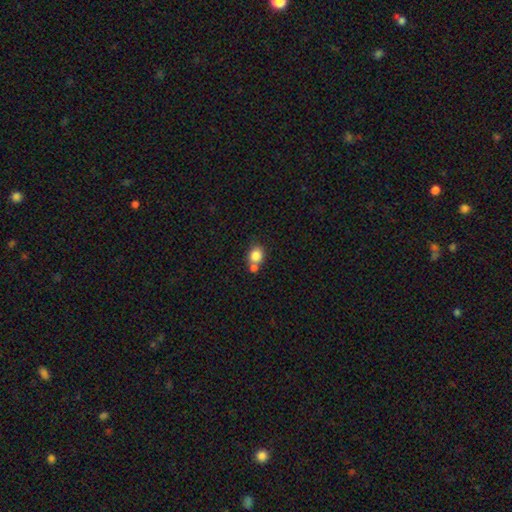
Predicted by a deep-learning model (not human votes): smooth 83%, star or artifact 9%, featured or disk 8%. Down the decision tree: how rounded — round (71%); merging — none (46%).